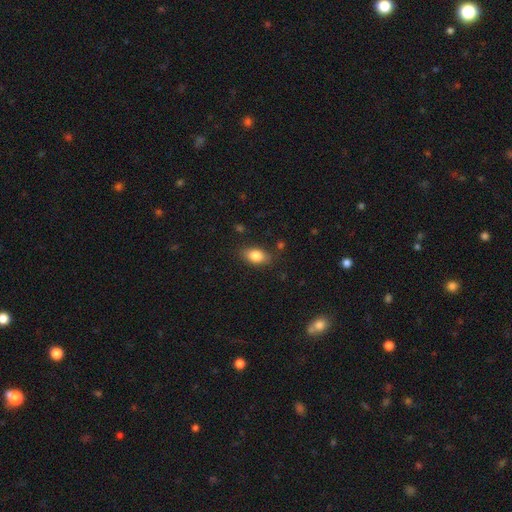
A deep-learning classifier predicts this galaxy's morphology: Smooth or featured? Predicted: smooth (p=0.83). How rounded? Predicted: in between (p=0.88). Merging? Predicted: none (p=0.84).